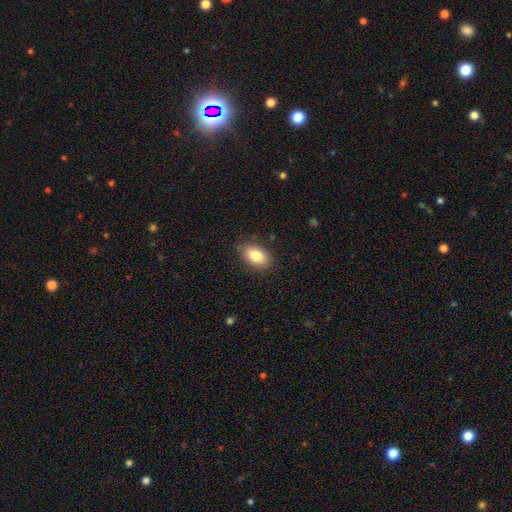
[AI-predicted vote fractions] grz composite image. It shows a smooth galaxy with no disk features (84%) that is in between round and cigar-shaped (89%). Merging: none (85%).